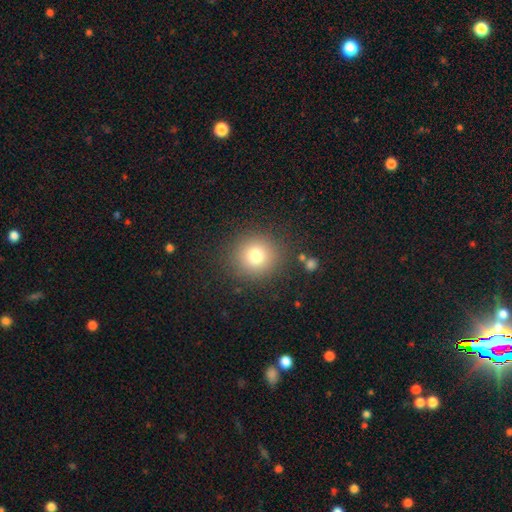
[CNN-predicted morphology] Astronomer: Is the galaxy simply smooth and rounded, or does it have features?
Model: smooth — 78%.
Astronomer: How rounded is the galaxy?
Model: round — 93%.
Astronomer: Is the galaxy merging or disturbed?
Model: none — 86%.